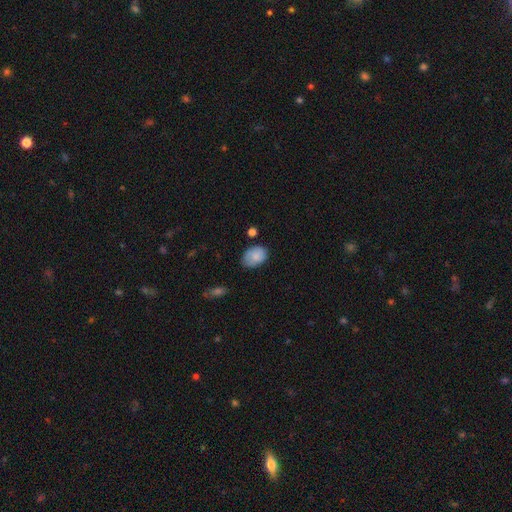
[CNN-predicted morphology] A smooth galaxy with no disk features (84%) that is in between round and cigar-shaped (79%).

Vote fractions:
- Smooth or featured? smooth: 84% / featured or disk: 9% / star or artifact: 7%
- How rounded? in between: 79% / round: 20% / cigar-shaped: 1%
- Merging? none: 62% / minor disturbance: 28% / major disturbance: 6% / merger: 4%